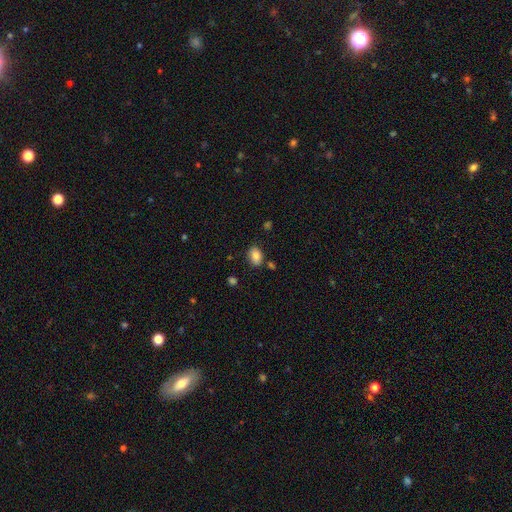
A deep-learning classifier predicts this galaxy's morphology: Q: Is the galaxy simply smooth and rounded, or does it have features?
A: smooth — 85%.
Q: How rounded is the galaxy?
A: in between — 82%.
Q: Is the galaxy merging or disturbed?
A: none — 78%.